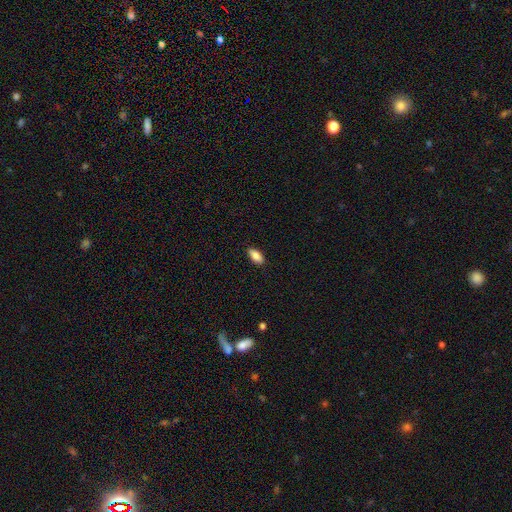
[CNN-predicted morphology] smooth-or-featured: smooth: 85% | featured or disk: 8% | star or artifact: 7%
  how-rounded: in between: 86% | cigar-shaped: 12% | round: 2%
  merging: none: 88% | minor disturbance: 9% | major disturbance: 2% | merger: 1%